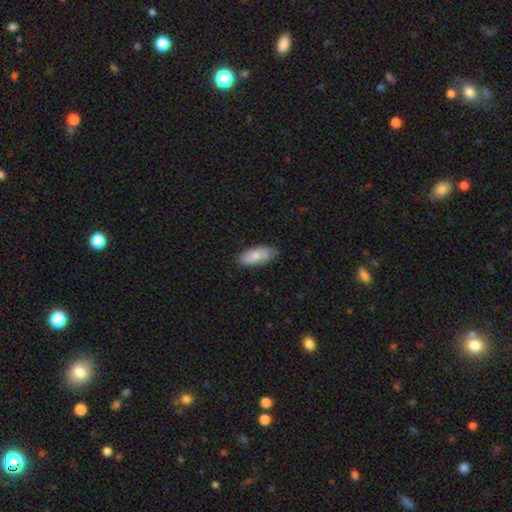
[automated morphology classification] Smooth or featured?
  - smooth: 83% *
  - featured or disk: 11%
  - star or artifact: 6%
How rounded?
  - in between: 86% *
  - cigar-shaped: 12%
  - round: 2%
Merging?
  - none: 82% *
  - minor disturbance: 15%
  - major disturbance: 2%
  - merger: 1%